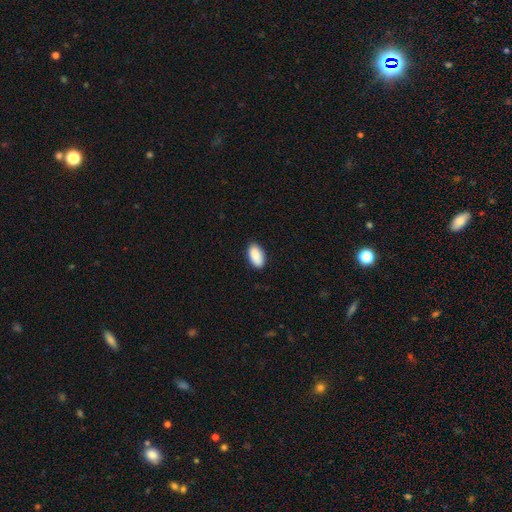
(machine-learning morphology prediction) Q: Smooth or featured?
A: smooth (90%); runner-up: star or artifact (6%)
Q: How rounded?
A: in between (95%); runner-up: round (3%)
Q: Merging?
A: none (86%); runner-up: minor disturbance (11%)